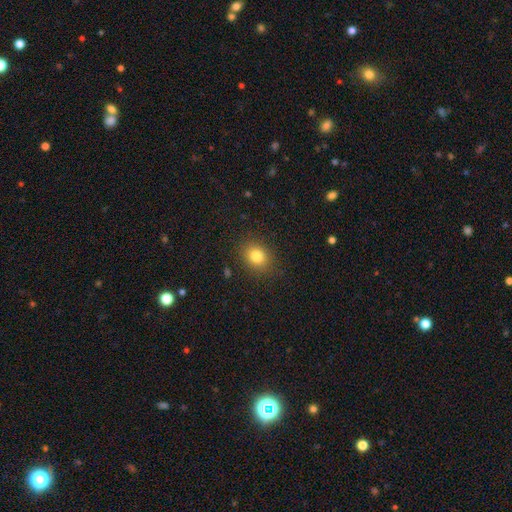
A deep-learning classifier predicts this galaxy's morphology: Overall: smooth (82%). How rounded: round (61%; in between 38%). Merging: none (86%).